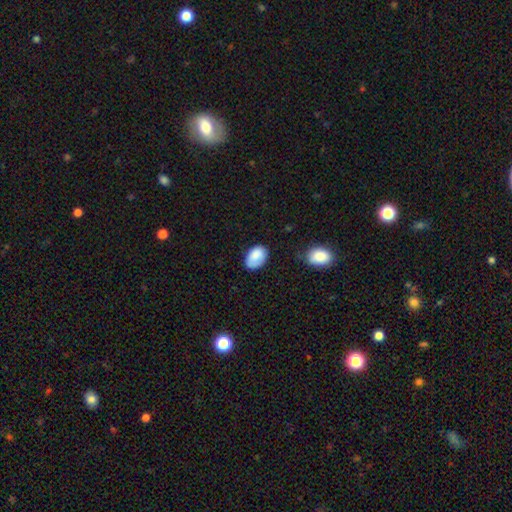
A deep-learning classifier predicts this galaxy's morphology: smooth 83%, featured or disk 10%, star or artifact 7%. Down the decision tree: how rounded — in between (87%); merging — none (64%).